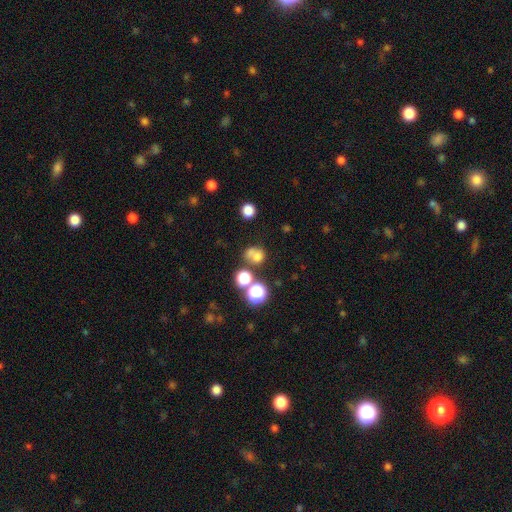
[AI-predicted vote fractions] Smooth or featured?
  - smooth: 68% *
  - star or artifact: 20%
  - featured or disk: 12%
How rounded?
  - round: 75% *
  - in between: 24%
  - cigar-shaped: 1%
Merging?
  - none: 44% *
  - merger: 36%
  - minor disturbance: 12%
  - major disturbance: 8%